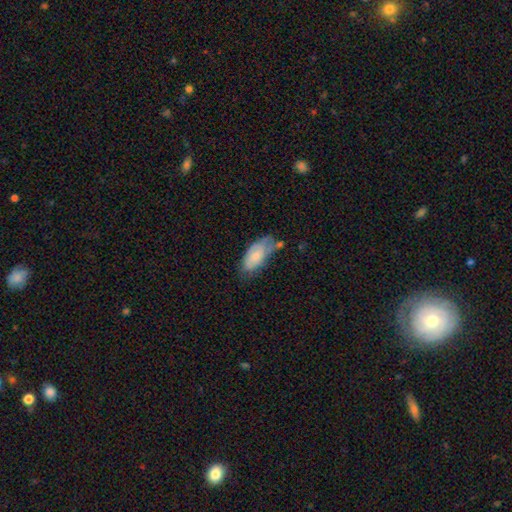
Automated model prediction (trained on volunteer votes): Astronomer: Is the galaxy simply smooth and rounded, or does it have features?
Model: smooth — 70%.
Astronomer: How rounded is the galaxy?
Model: in between — 91%.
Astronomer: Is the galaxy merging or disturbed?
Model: none — 40% (runner-up: minor disturbance, 38%).